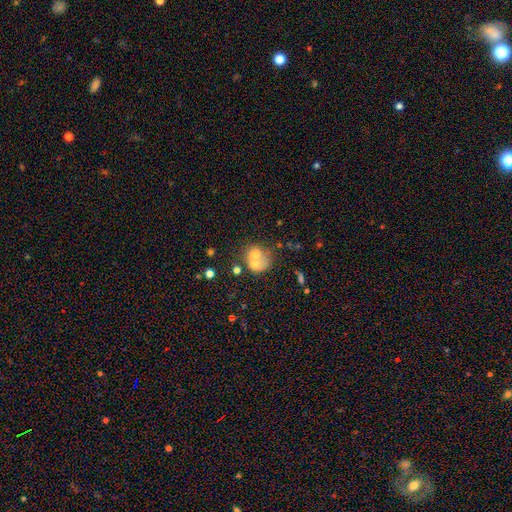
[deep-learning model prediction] This is possibly a smooth galaxy (56%). How rounded: likely round (66%). Merging: possibly merger (52%).